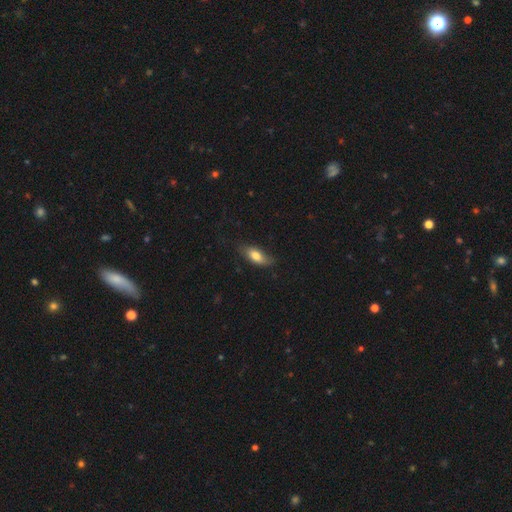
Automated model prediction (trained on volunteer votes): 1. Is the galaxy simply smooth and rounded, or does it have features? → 76% smooth, 18% featured or disk, 7% star or artifact.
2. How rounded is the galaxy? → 80% in between, 16% cigar-shaped, 3% round.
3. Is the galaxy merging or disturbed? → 65% none, 27% minor disturbance, 7% major disturbance, 1% merger.